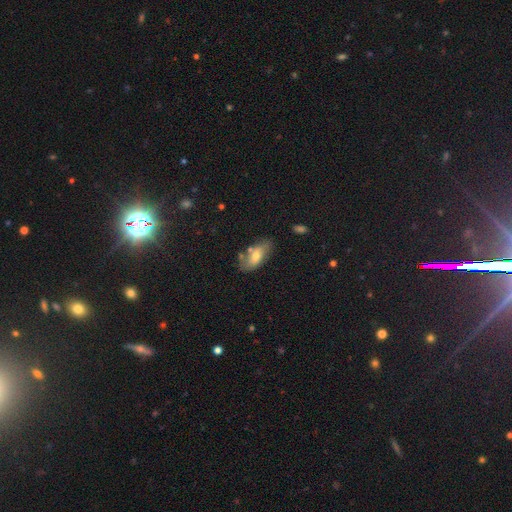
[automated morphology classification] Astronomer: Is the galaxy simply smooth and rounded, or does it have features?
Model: smooth — 62%.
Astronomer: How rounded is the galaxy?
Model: in between — 86%.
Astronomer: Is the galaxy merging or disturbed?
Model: none — 65%.